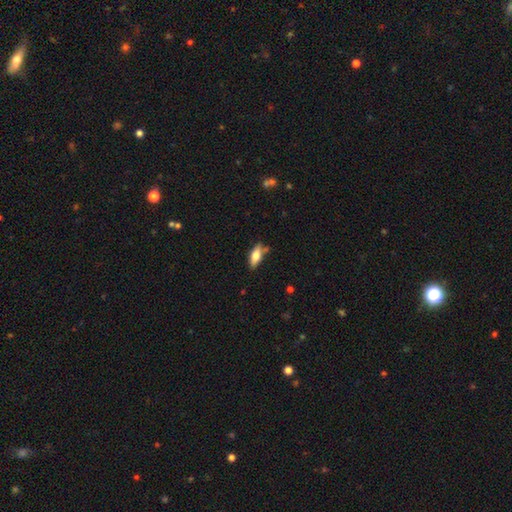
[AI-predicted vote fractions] Q: Smooth or featured?
A: smooth (64%); runner-up: featured or disk (30%)
Q: How rounded?
A: in between (70%); runner-up: cigar-shaped (27%)
Q: Merging?
A: none (71%); runner-up: minor disturbance (19%)